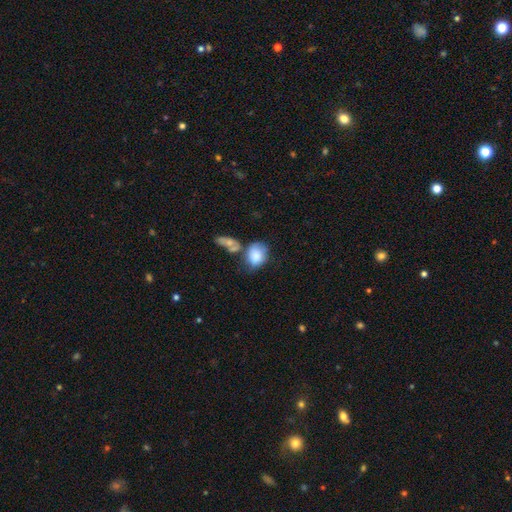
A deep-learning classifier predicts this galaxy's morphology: Q: Smooth or featured?
A: smooth (80%); runner-up: featured or disk (13%)
Q: How rounded?
A: in between (62%); runner-up: round (37%)
Q: Merging?
A: none (33%); runner-up: merger (29%)